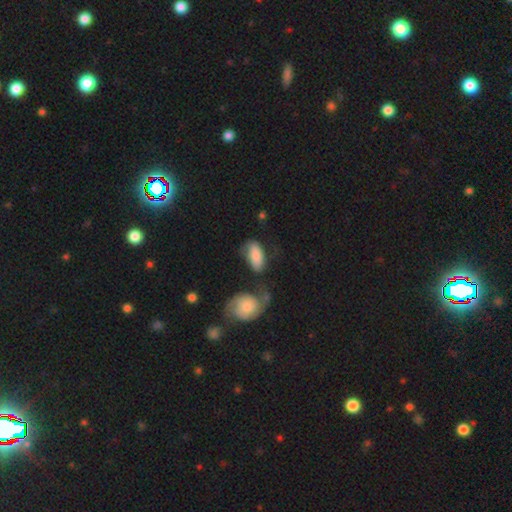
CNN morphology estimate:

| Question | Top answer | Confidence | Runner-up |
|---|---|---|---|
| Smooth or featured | smooth | 75% | featured or disk (19%) |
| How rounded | in between | 92% | cigar-shaped (4%) |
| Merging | none | 37% | minor disturbance (24%) |